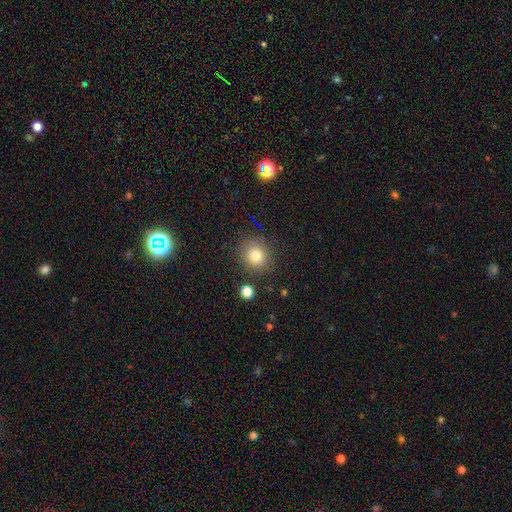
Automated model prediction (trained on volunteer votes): Smooth or featured?
  - smooth: 81% *
  - star or artifact: 12%
  - featured or disk: 8%
How rounded?
  - round: 88% *
  - in between: 11%
  - cigar-shaped: 1%
Merging?
  - none: 84% *
  - minor disturbance: 9%
  - merger: 4%
  - major disturbance: 3%